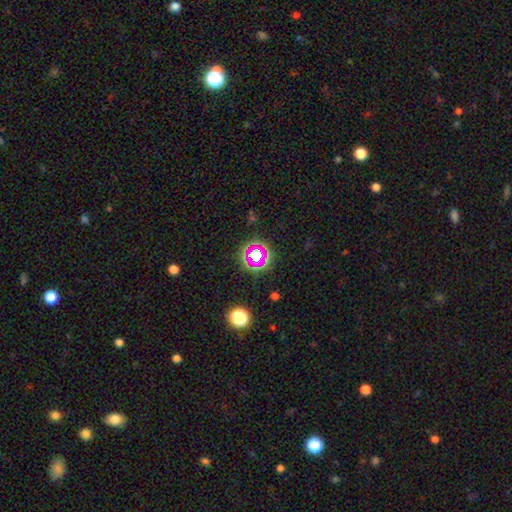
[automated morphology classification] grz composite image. It shows a star or artifact, not a galaxy (57%).